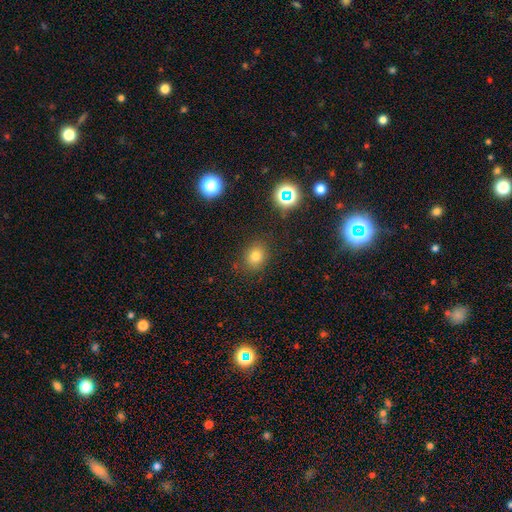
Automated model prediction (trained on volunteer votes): Morphology: type=smooth (75%); roundness=round (64%); merging=none (84%).